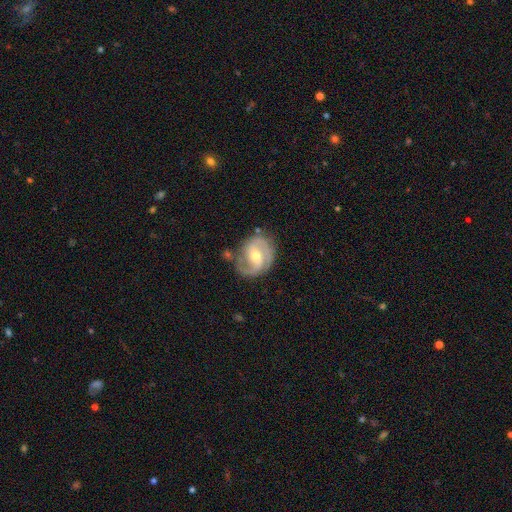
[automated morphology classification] featured or disk 86%, smooth 10%, star or artifact 5%. Down the decision tree: edge-on disk — no (98%); bar — weak (46%); spiral arms — yes (96%); spiral arm count — 2 (80%); spiral winding — medium (50%); bulge size — moderate (61%); merging — none (70%).